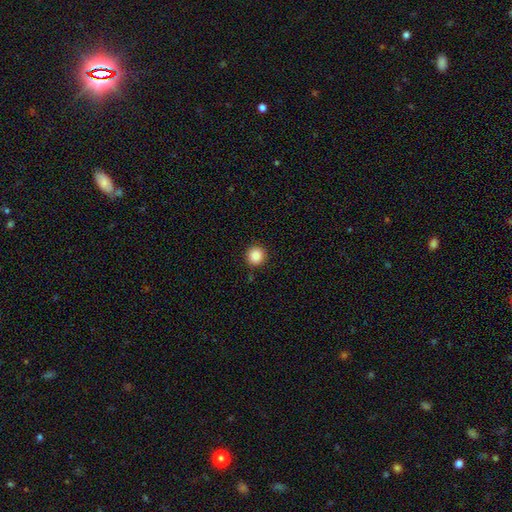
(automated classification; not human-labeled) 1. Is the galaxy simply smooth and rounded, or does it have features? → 88% smooth, 10% star or artifact, 3% featured or disk.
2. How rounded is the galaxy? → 94% round, 5% in between, 1% cigar-shaped.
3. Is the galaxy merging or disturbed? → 90% none, 7% minor disturbance, 2% major disturbance, 1% merger.